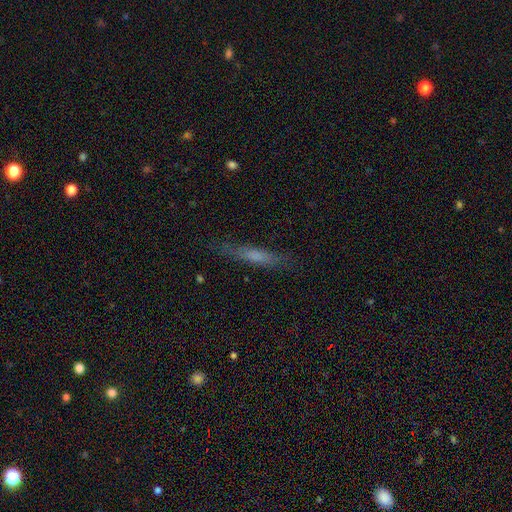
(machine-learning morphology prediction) A smooth galaxy with no disk features (53%) that is cigar-shaped (89%).

Vote fractions:
- Smooth or featured? smooth: 53% / featured or disk: 37% / star or artifact: 10%
- How rounded? cigar-shaped: 89% / in between: 10% / round: 2%
- Merging? none: 79% / minor disturbance: 15% / major disturbance: 4% / merger: 2%